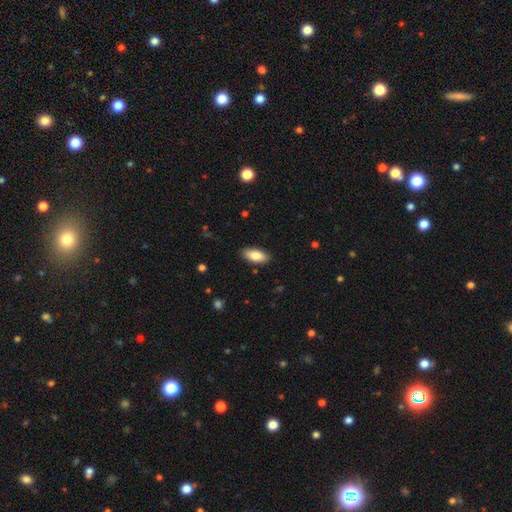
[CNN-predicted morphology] smooth 84%, featured or disk 10%, star or artifact 6%. Down the decision tree: how rounded — in between (89%); merging — none (88%).